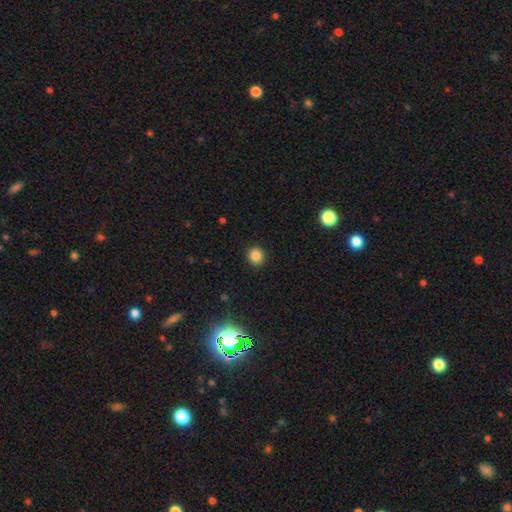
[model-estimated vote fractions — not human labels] Q: Smooth or featured?
A: smooth (85%); runner-up: star or artifact (12%)
Q: How rounded?
A: round (89%); runner-up: in between (10%)
Q: Merging?
A: none (91%); runner-up: minor disturbance (6%)